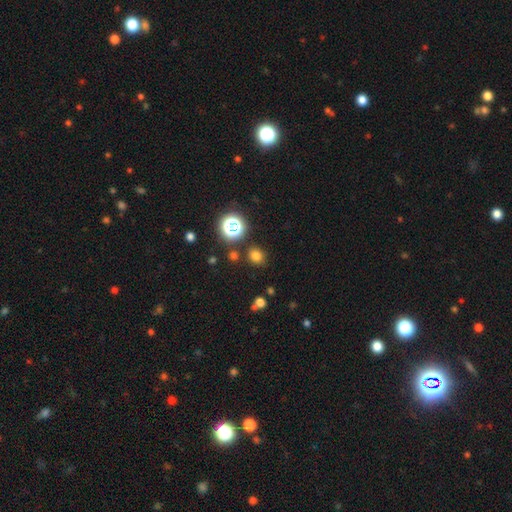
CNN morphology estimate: Smooth or featured?
  - smooth: 73% *
  - star or artifact: 21%
  - featured or disk: 5%
How rounded?
  - round: 80% *
  - in between: 19%
  - cigar-shaped: 1%
Merging?
  - none: 85% *
  - minor disturbance: 8%
  - merger: 4%
  - major disturbance: 3%